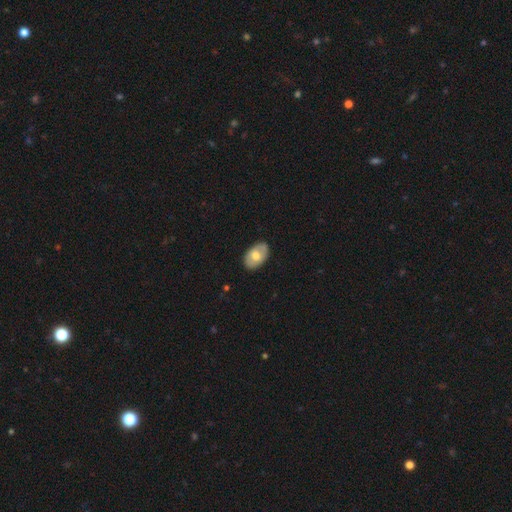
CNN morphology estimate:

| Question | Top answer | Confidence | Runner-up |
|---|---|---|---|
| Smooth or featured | smooth | 62% | featured or disk (32%) |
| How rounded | in between | 90% | round (8%) |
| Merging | none | 84% | minor disturbance (13%) |